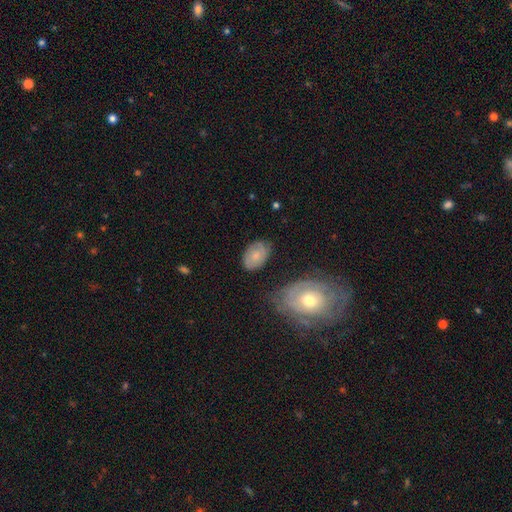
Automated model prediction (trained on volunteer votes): This is possibly a smooth galaxy (60%). How rounded: clearly in between (87%). Merging: likely none (72%).